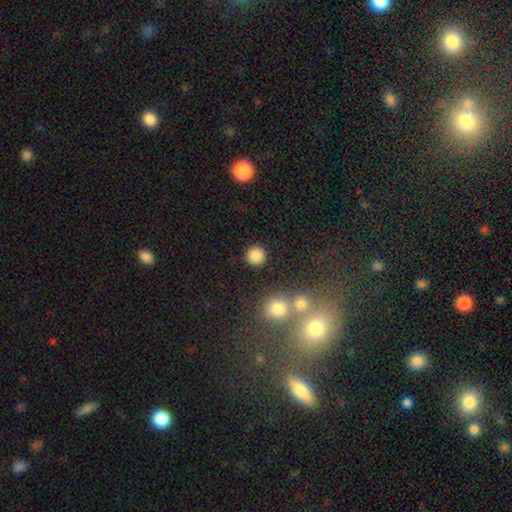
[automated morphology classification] Smooth or featured? smooth (85%)
How rounded? round (94%)
Merging? none (89%)